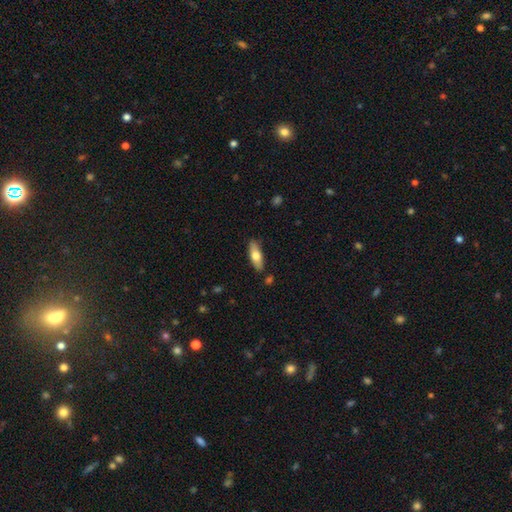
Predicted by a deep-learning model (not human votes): smooth_or_featured: smooth (p=0.66) [alt: featured or disk p=0.28]
how_rounded: in between (p=0.58) [alt: cigar-shaped p=0.39]
merging: none (p=0.83) [alt: minor disturbance p=0.12]